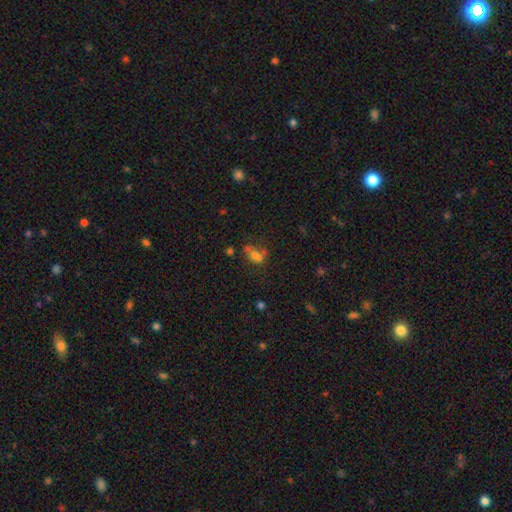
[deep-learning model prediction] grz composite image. It shows a smooth galaxy with no disk features (55%) that is in between round and cigar-shaped (61%). Merging: merger (37%, tied with none).